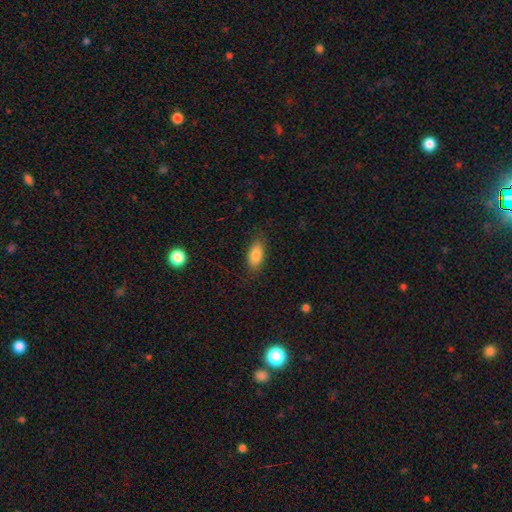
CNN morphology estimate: type=smooth (85%); roundness=in between (90%); merging=none (83%).